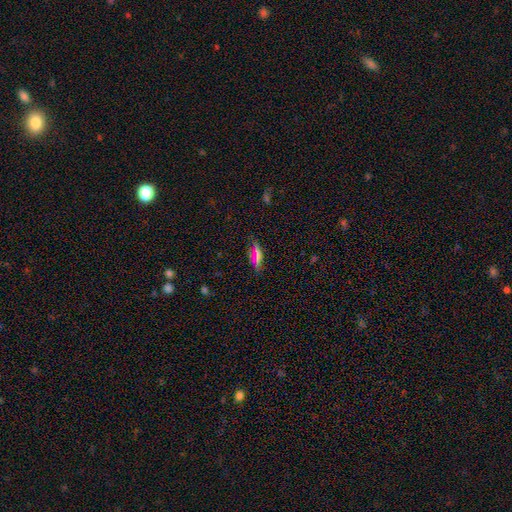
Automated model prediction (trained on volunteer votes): This appears to be a smooth galaxy with no disk features (61%) that is in between round and cigar-shaped (60%). Merging: none (82%).